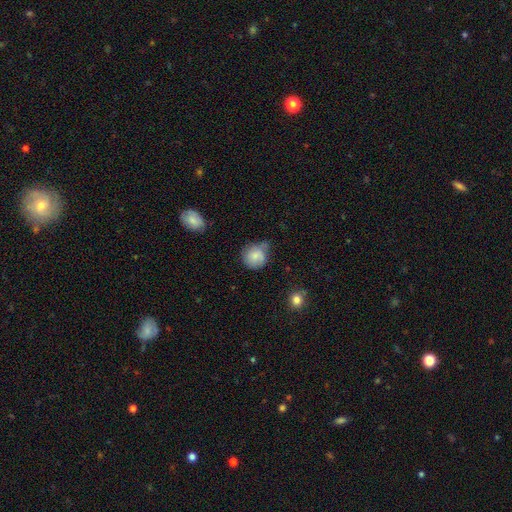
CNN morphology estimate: smooth-or-featured: smooth: 71% | featured or disk: 21% | star or artifact: 8%
  how-rounded: round: 78% | in between: 21% | cigar-shaped: 1%
  merging: none: 42% | minor disturbance: 39% | major disturbance: 14% | merger: 5%